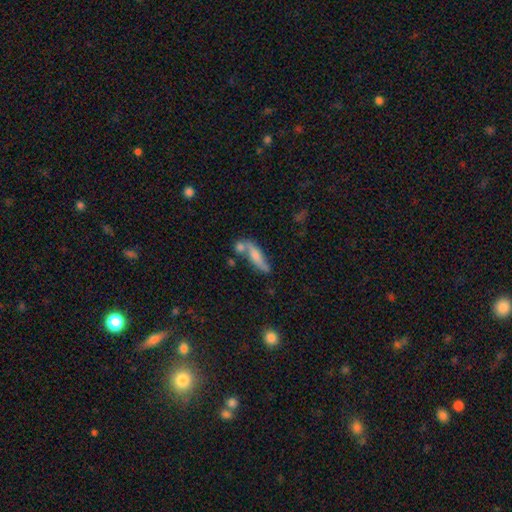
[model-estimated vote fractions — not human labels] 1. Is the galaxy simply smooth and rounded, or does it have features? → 57% smooth, 35% featured or disk, 8% star or artifact.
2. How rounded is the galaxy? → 70% cigar-shaped, 26% in between, 4% round.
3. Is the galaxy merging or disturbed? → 49% none, 26% merger, 18% minor disturbance, 8% major disturbance.